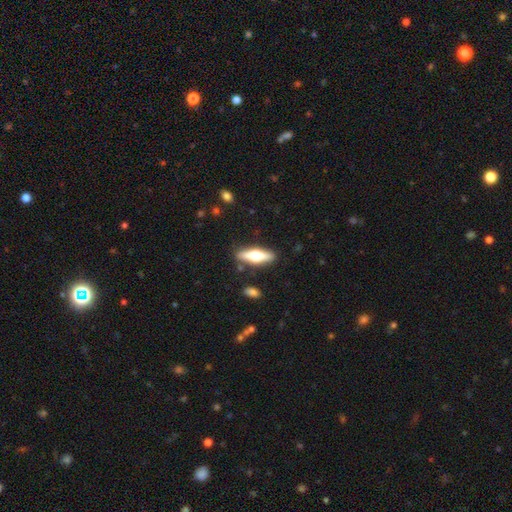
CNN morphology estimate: Smooth or featured? featured or disk (52%)
Edge-on disk? yes (91%)
Merging? none (87%)